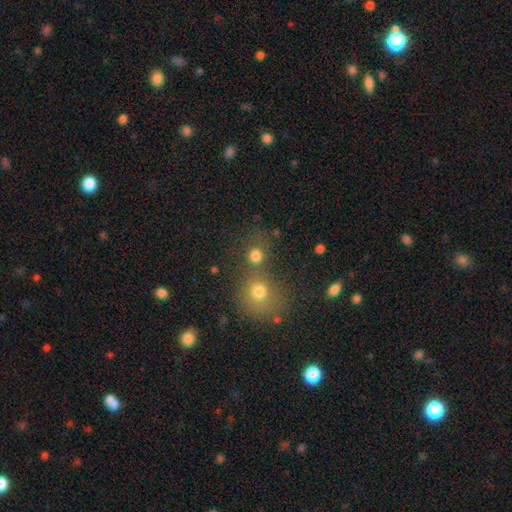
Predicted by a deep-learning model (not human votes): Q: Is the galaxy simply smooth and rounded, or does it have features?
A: smooth — 77%.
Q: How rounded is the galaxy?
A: round — 86%.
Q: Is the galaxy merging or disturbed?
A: none — 51%.